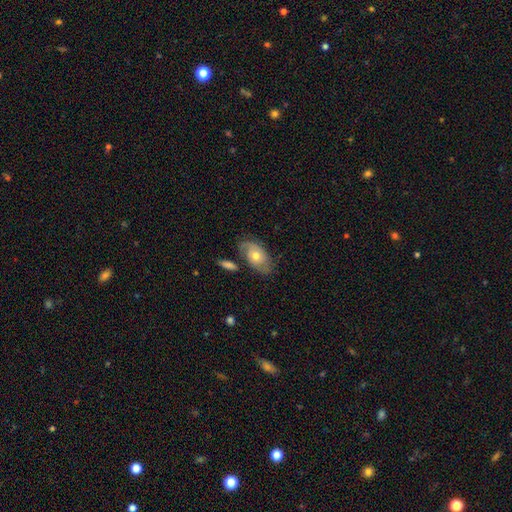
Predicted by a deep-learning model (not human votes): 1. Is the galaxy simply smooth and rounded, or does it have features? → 54% featured or disk, 39% smooth, 7% star or artifact.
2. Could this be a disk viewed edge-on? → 92% no, 8% yes.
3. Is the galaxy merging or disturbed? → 66% none, 20% minor disturbance, 8% major disturbance, 6% merger.